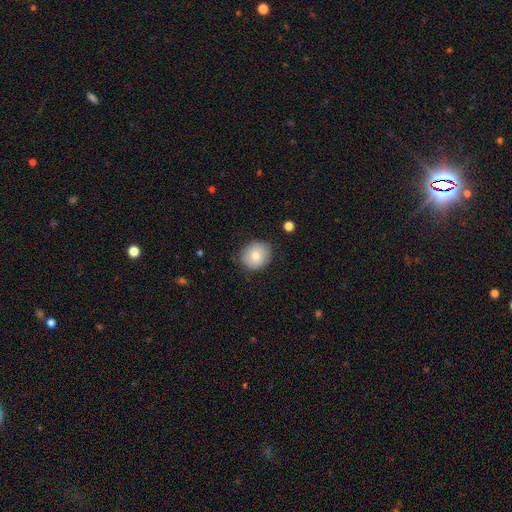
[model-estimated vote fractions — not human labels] smooth-or-featured: smooth: 76% | featured or disk: 16% | star or artifact: 8%
  how-rounded: round: 78% | in between: 21% | cigar-shaped: 1%
  merging: none: 82% | minor disturbance: 14% | major disturbance: 3% | merger: 1%